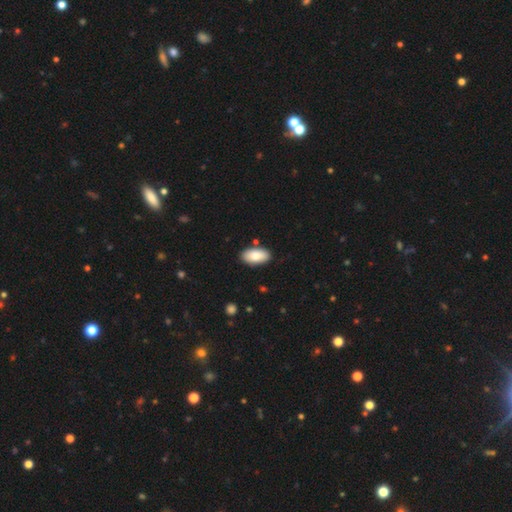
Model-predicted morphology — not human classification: Overall: smooth (81%). How rounded: in between (95%). Merging: none (86%).